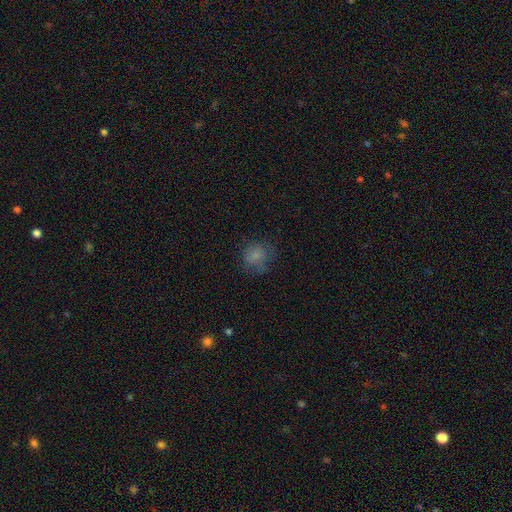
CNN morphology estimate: Overall: smooth (77%). How rounded: round (77%). Merging: none (66%).